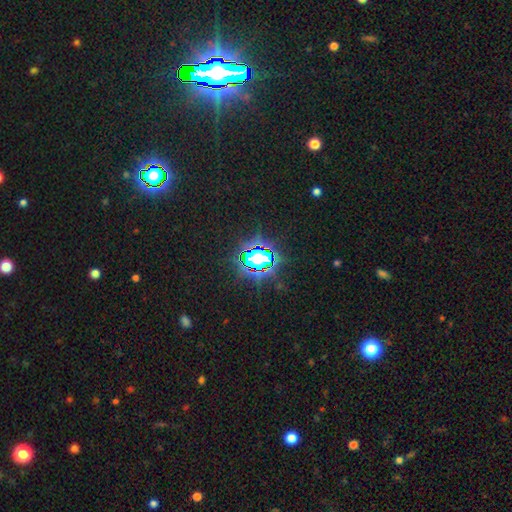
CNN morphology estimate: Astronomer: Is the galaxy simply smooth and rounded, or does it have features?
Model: star or artifact — 73%.